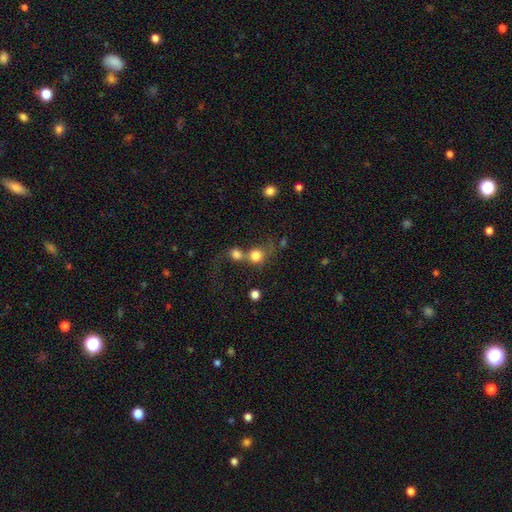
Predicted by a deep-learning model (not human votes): Smooth or featured: smooth — 78% (star or artifact — 11%)
How rounded: round — 84% (in between — 15%)
Merging: merger — 53% (none — 31%)